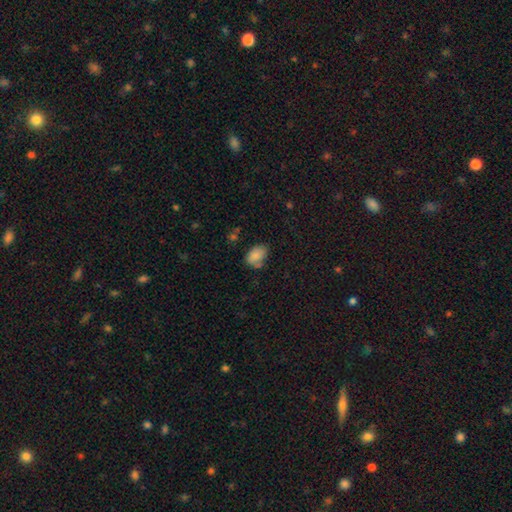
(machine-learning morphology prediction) A smooth galaxy with no disk features (83%) that is in between round and cigar-shaped (84%).

Vote fractions:
- Smooth or featured? smooth: 83% / featured or disk: 9% / star or artifact: 9%
- How rounded? in between: 84% / round: 14% / cigar-shaped: 1%
- Merging? none: 52% / minor disturbance: 29% / merger: 10% / major disturbance: 9%